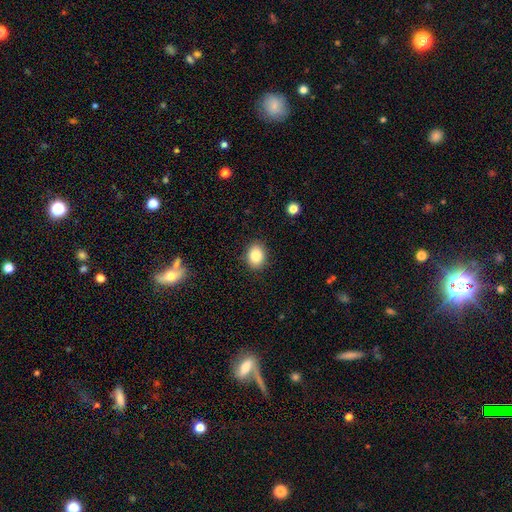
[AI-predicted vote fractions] Morphology: type=smooth (84%); roundness=in between (57%); merging=none (89%).